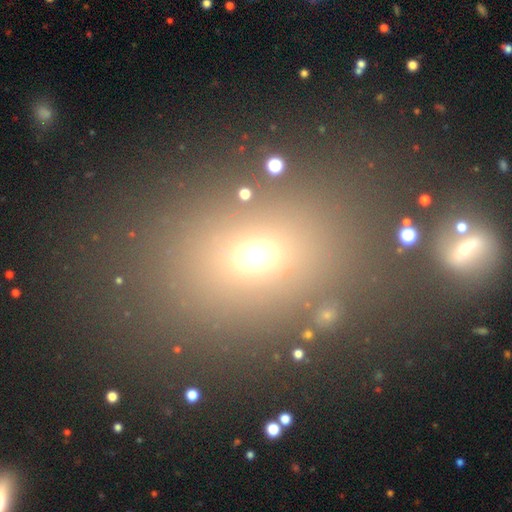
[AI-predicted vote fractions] Smooth or featured? Predicted: smooth (p=0.64). How rounded? Predicted: in between (p=0.53). Merging? Predicted: none (p=0.77).